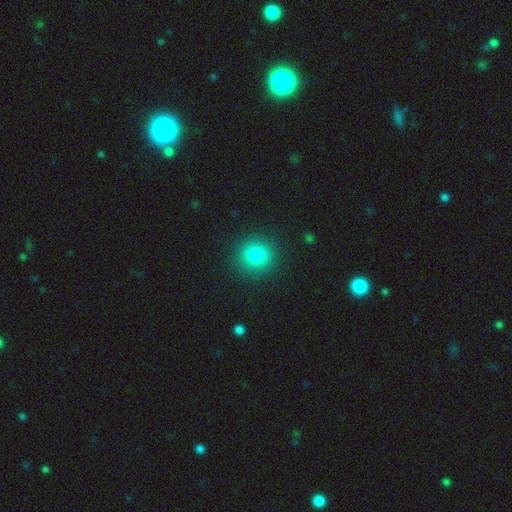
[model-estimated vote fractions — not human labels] Smooth or featured? smooth (81%)
How rounded? round (90%)
Merging? none (90%)